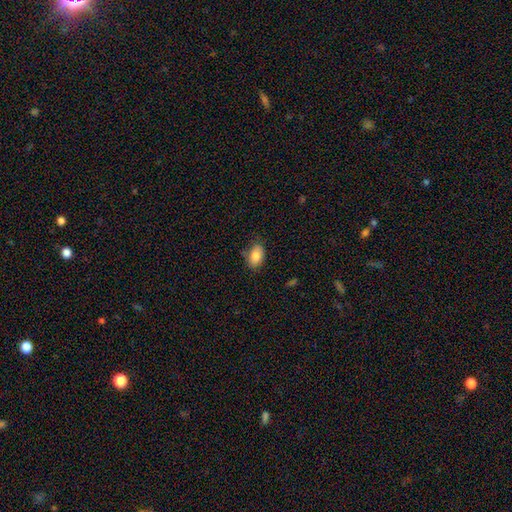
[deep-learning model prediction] Smooth or featured? Predicted: smooth (p=0.84). How rounded? Predicted: in between (p=0.89). Merging? Predicted: none (p=0.77).